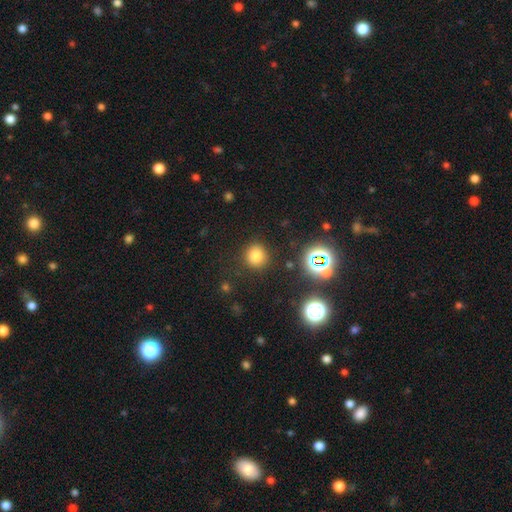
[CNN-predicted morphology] Q: Smooth or featured?
A: smooth (76%); runner-up: star or artifact (18%)
Q: How rounded?
A: round (88%); runner-up: in between (11%)
Q: Merging?
A: none (86%); runner-up: minor disturbance (8%)